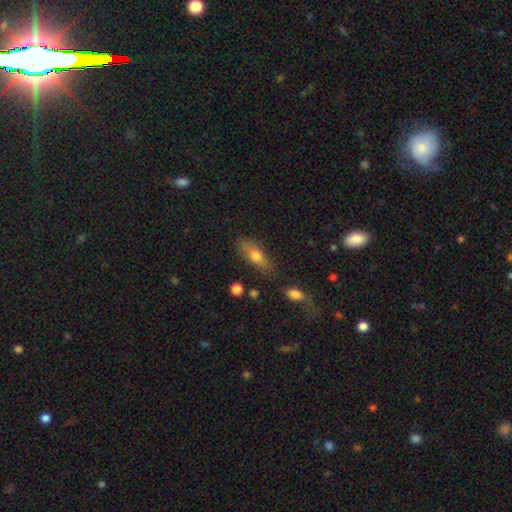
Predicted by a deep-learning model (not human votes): smooth 67%, featured or disk 25%, star or artifact 8%. Down the decision tree: how rounded — in between (64%); merging — none (76%).